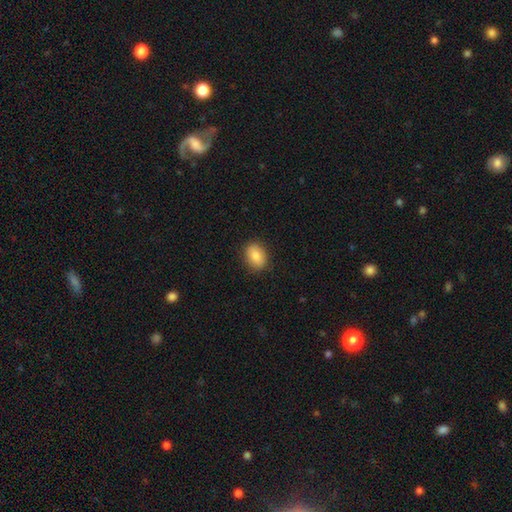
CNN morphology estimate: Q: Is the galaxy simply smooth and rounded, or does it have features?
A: smooth — 84%.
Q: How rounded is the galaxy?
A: in between — 71%.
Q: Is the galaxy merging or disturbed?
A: none — 87%.